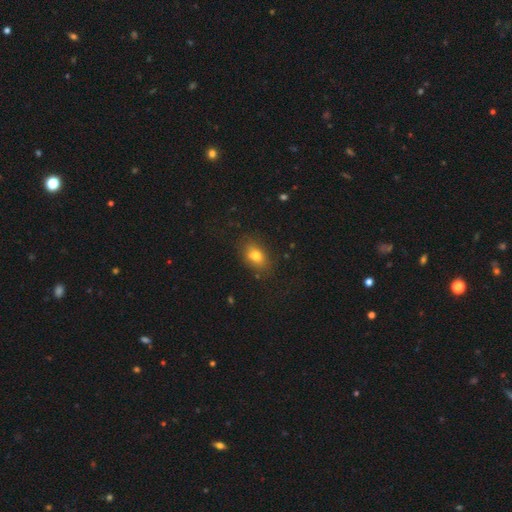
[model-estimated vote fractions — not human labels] smooth_or_featured: smooth (p=0.76) [alt: featured or disk p=0.13]
how_rounded: in between (p=0.79) [alt: round p=0.18]
merging: none (p=0.75) [alt: minor disturbance p=0.17]